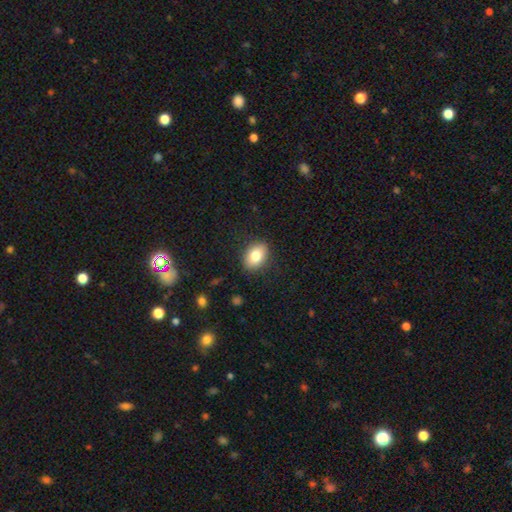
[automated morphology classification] smooth_or_featured: smooth (p=0.82) [alt: featured or disk p=0.10]
how_rounded: in between (p=0.80) [alt: round p=0.19]
merging: none (p=0.87) [alt: minor disturbance p=0.10]